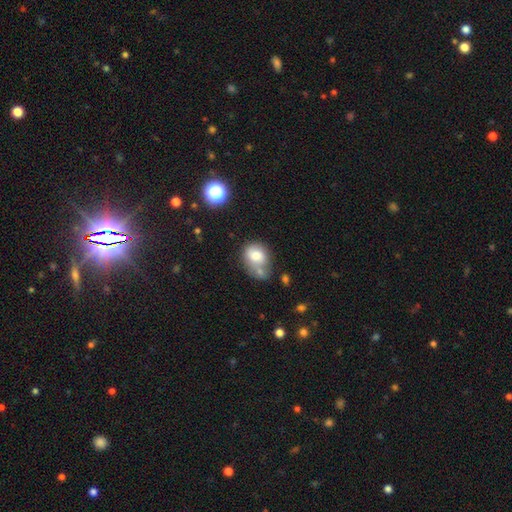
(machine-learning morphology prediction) Smooth or featured? smooth (74%)
How rounded? round (56%)
Merging? merger (37%)